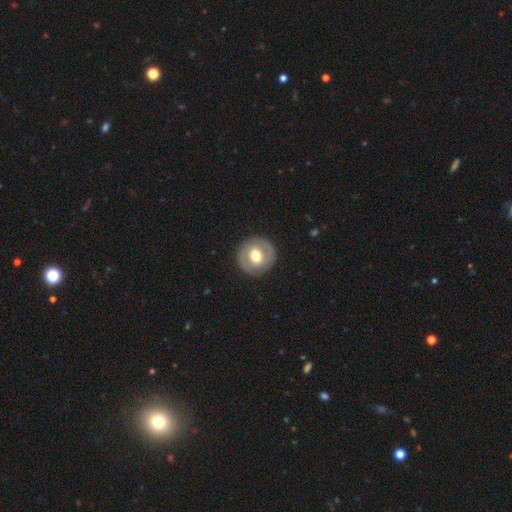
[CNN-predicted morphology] A featured or disk galaxy (54%) with no bar (44%), spiral arms (55%) and a moderate central bulge (72%). Merging: none (88%).